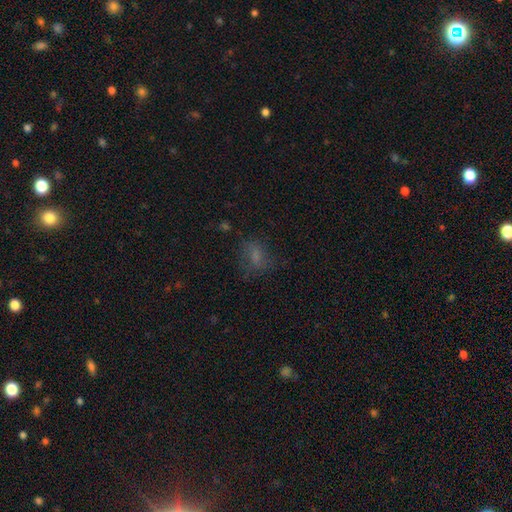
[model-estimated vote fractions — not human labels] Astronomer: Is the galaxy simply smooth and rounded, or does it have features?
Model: smooth — 60%.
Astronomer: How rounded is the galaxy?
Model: in between — 71%.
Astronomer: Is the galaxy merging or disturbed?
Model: none — 54%.